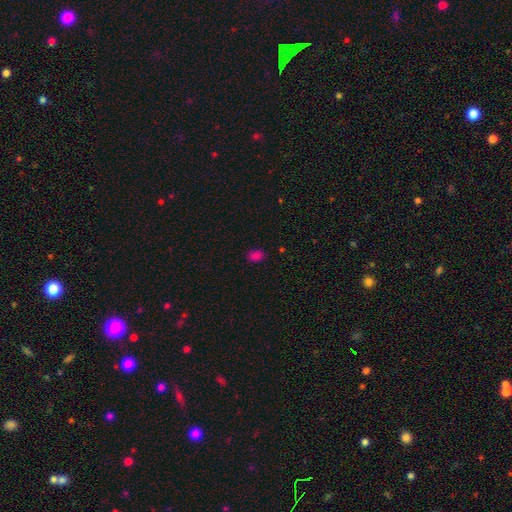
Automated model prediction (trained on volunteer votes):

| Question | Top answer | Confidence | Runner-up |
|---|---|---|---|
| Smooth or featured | smooth | 81% | star or artifact (16%) |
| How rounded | in between | 74% | round (25%) |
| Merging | none | 86% | minor disturbance (10%) |